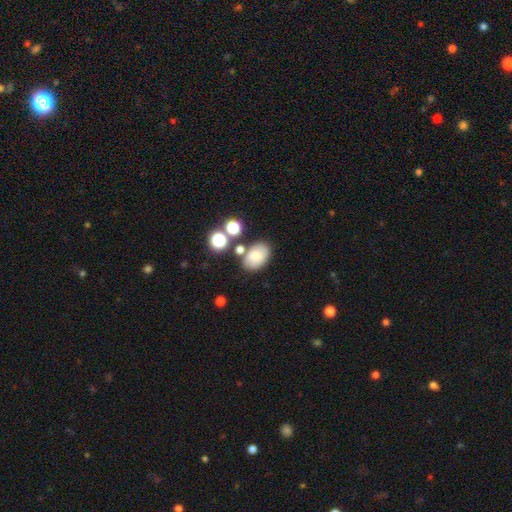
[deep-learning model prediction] The model was most divided on "merging": none: 73%, minor disturbance: 14%, merger: 9%, major disturbance: 4%. More confident: how rounded — in between (84%); smooth or featured — smooth (77%).